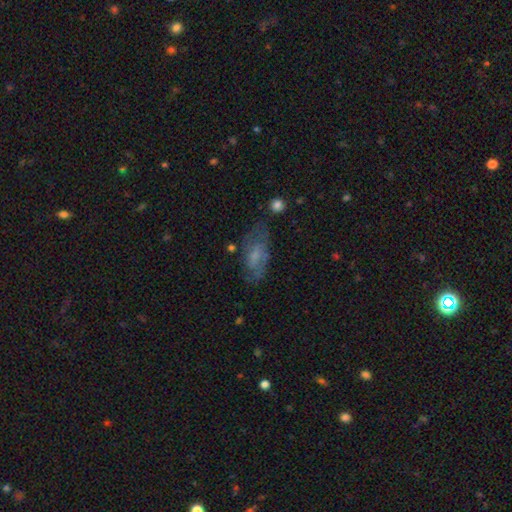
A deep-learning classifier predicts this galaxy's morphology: Smooth or featured? featured or disk (45%, tied with smooth)
Merging? none (58%)